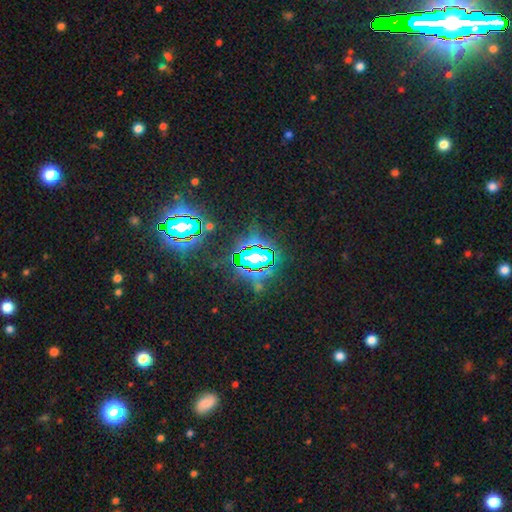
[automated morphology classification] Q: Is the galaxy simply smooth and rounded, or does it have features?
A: star or artifact — 83%.